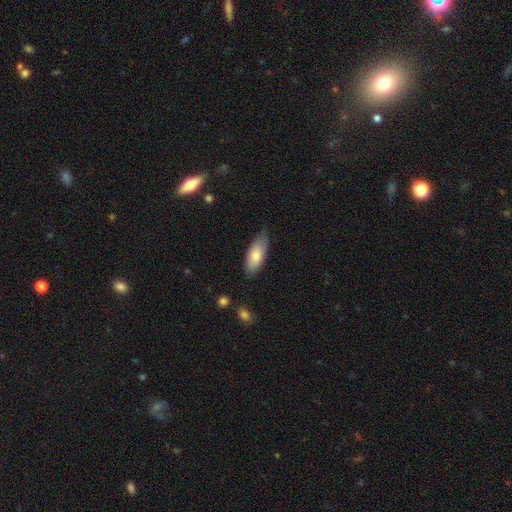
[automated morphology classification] Smooth or featured: smooth — 76% (featured or disk — 18%)
How rounded: in between — 79% (cigar-shaped — 19%)
Merging: none — 75% (minor disturbance — 20%)